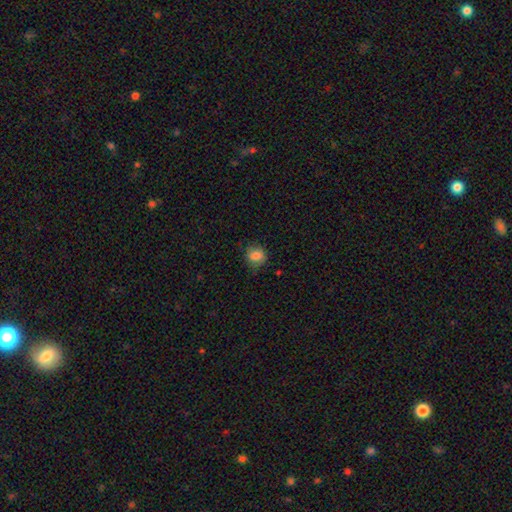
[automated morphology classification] smooth_or_featured: smooth (p=0.84) [alt: star or artifact p=0.10]
how_rounded: round (p=0.74) [alt: in between p=0.25]
merging: none (p=0.74) [alt: minor disturbance p=0.20]